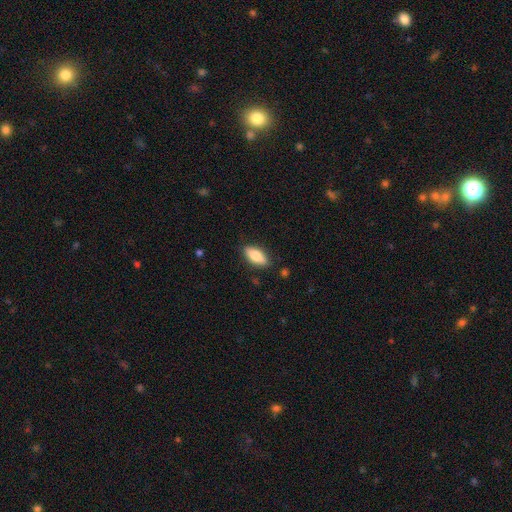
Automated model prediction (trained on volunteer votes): smooth_or_featured: smooth (p=0.76) [alt: featured or disk p=0.17]
how_rounded: in between (p=0.83) [alt: cigar-shaped p=0.15]
merging: none (p=0.85) [alt: minor disturbance p=0.11]